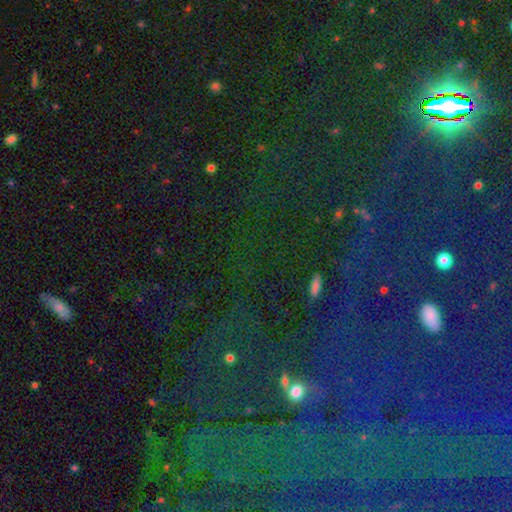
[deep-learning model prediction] The model was most divided on "smooth or featured": star or artifact: 75%, smooth: 16%, featured or disk: 9%.